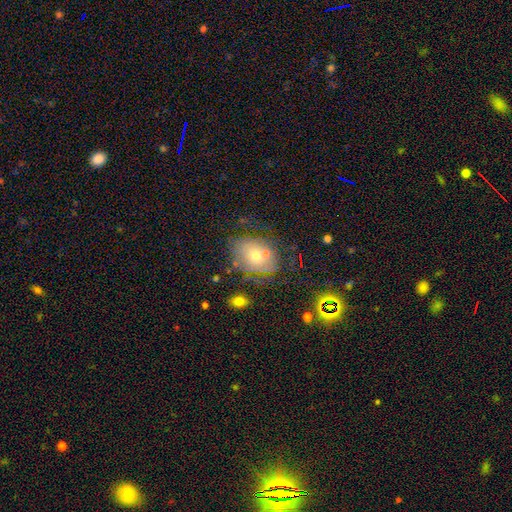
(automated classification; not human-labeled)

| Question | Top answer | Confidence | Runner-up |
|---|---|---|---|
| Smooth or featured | featured or disk | 46% | smooth (32%) |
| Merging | none | 58% | minor disturbance (21%) |